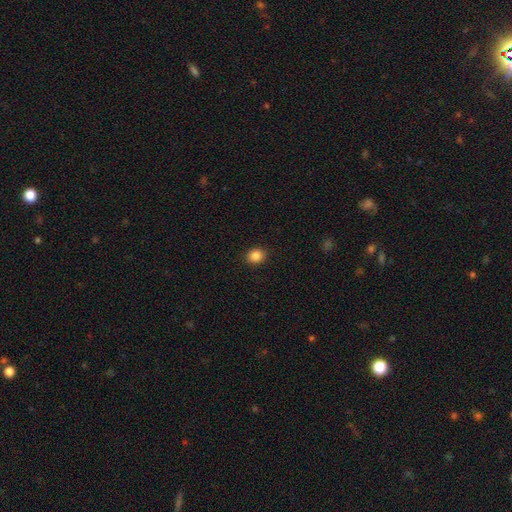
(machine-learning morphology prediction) This appears to be a smooth galaxy with no disk features (86%) that is round (67%). Merging: none (91%).